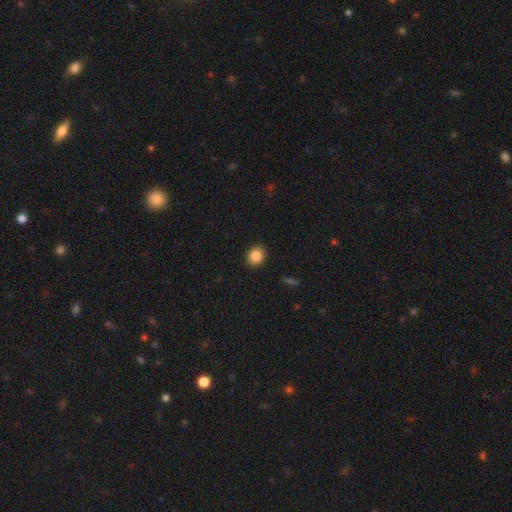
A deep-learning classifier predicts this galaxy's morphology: type=smooth (86%); roundness=round (73%); merging=none (90%).